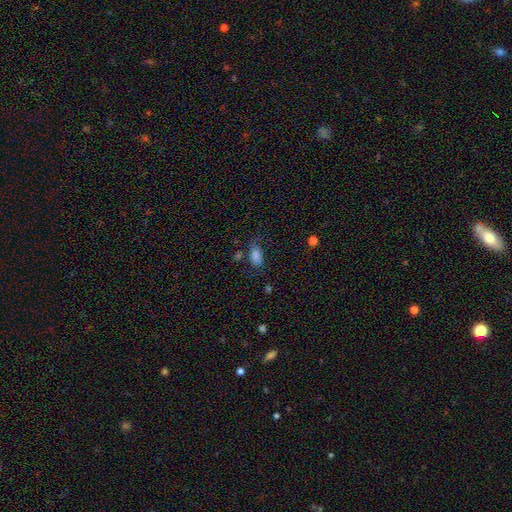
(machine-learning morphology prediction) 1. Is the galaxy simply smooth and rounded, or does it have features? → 81% smooth, 11% star or artifact, 8% featured or disk.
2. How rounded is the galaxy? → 90% in between, 6% round, 4% cigar-shaped.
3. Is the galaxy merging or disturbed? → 62% none, 24% minor disturbance, 10% major disturbance, 5% merger.